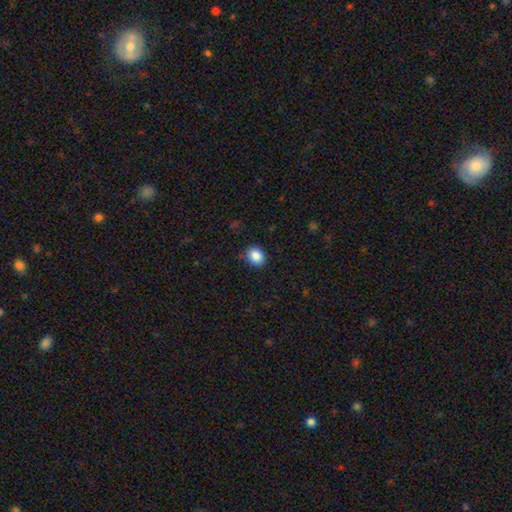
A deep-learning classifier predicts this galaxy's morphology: This appears to be a smooth galaxy with no disk features (87%) that is round (50%). Merging: none (87%).